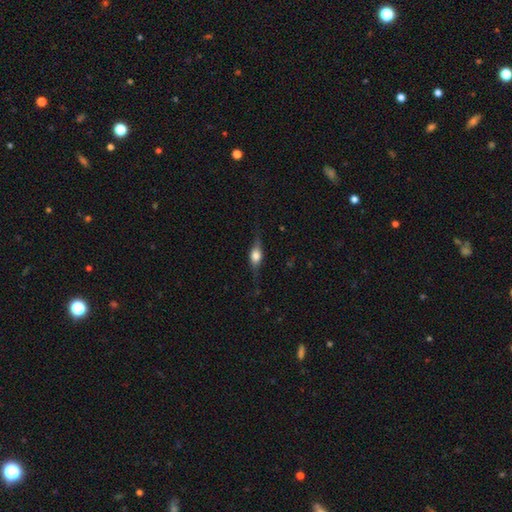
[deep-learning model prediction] Morphology: type=featured or disk (53%); edge-on=yes (92%); merging=none (74%).